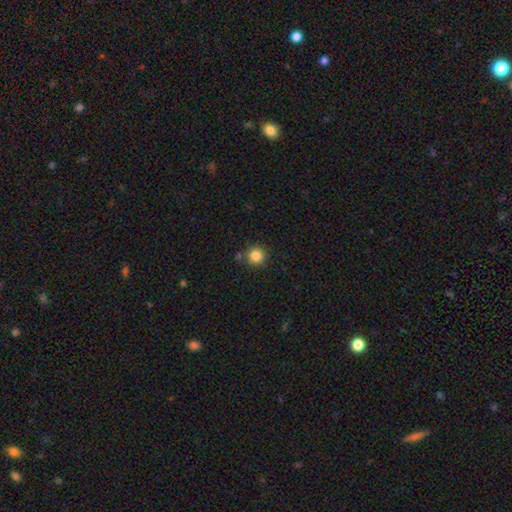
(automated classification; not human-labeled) Smooth or featured: smooth — 85% (star or artifact — 11%)
How rounded: round — 94% (in between — 5%)
Merging: none — 82% (minor disturbance — 9%)